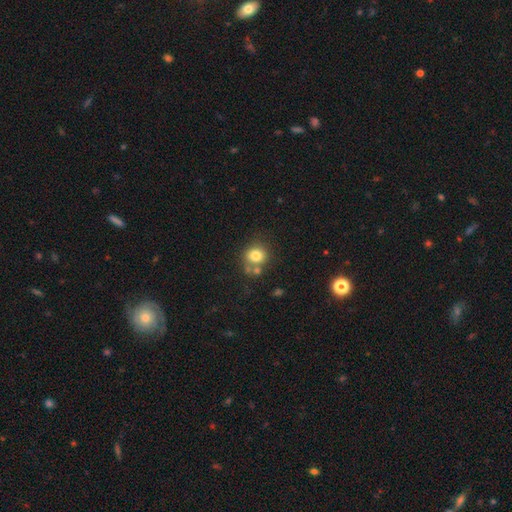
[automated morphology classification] smooth-or-featured: smooth: 79% | star or artifact: 11% | featured or disk: 9%
  how-rounded: round: 81% | in between: 18% | cigar-shaped: 1%
  merging: none: 65% | merger: 19% | minor disturbance: 12% | major disturbance: 4%